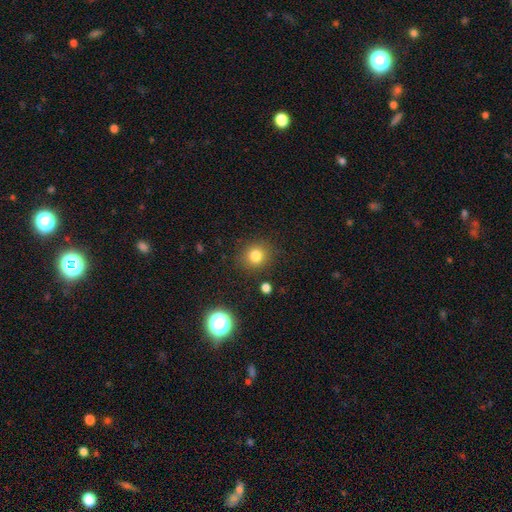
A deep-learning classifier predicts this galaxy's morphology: smooth 80%, star or artifact 13%, featured or disk 6%. Down the decision tree: how rounded — round (85%); merging — none (86%).